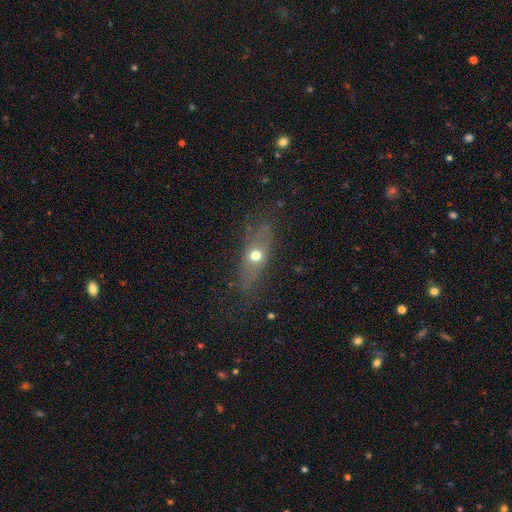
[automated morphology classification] smooth_or_featured: smooth (p=0.53) [alt: featured or disk p=0.34]
how_rounded: in between (p=0.49) [alt: cigar-shaped p=0.36]
merging: none (p=0.75) [alt: minor disturbance p=0.16]